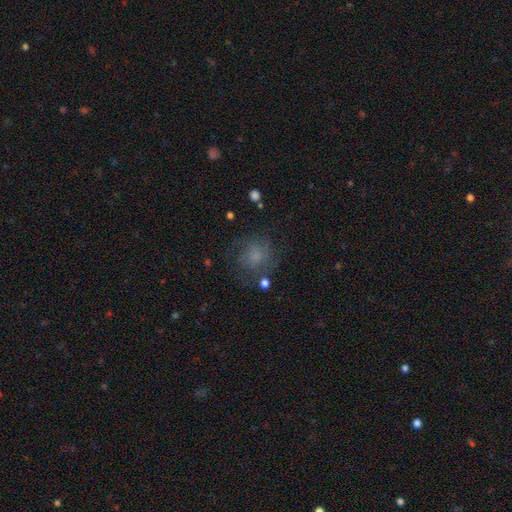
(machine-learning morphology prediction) Q: Smooth or featured?
A: smooth (50%); runner-up: featured or disk (34%)
Q: How rounded?
A: round (79%); runner-up: in between (20%)
Q: Merging?
A: none (62%); runner-up: minor disturbance (19%)